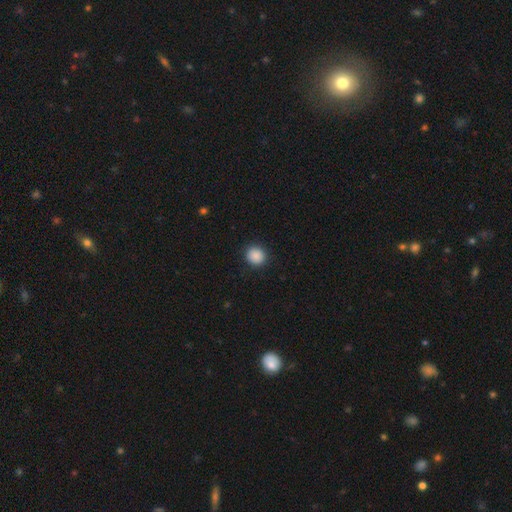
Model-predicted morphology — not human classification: Smooth or featured: smooth — 89% (star or artifact — 9%)
How rounded: round — 89% (in between — 10%)
Merging: none — 91% (minor disturbance — 6%)